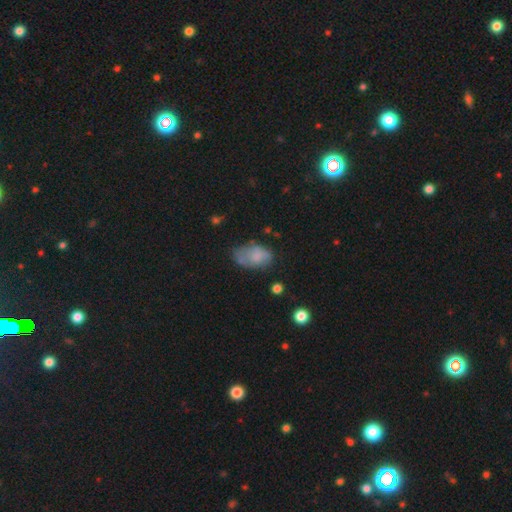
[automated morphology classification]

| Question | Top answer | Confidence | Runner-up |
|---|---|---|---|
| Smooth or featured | smooth | 67% | featured or disk (24%) |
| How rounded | in between | 90% | round (8%) |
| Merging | none | 50% | minor disturbance (30%) |